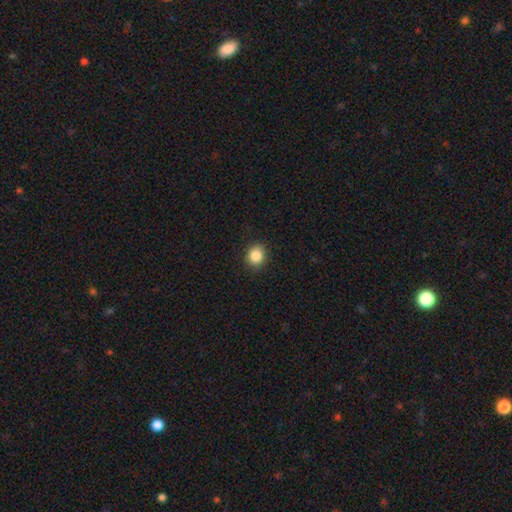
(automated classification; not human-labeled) This is clearly a smooth galaxy (86%). How rounded: likely round (75%). Merging: clearly none (90%).